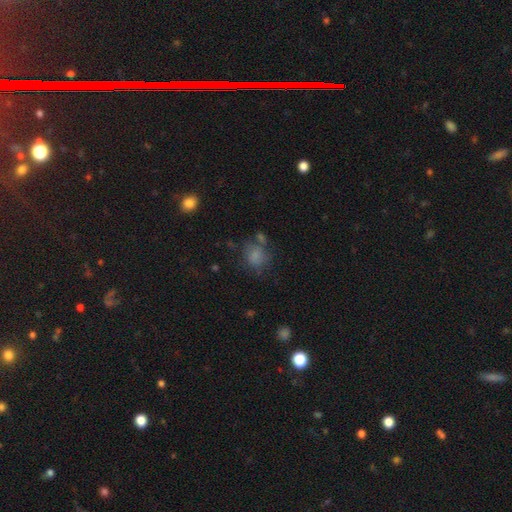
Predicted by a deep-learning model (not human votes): The model was most divided on "how rounded": round: 62%, in between: 36%, cigar-shaped: 1%. More confident: smooth or featured — smooth (74%); merging — none (51%).